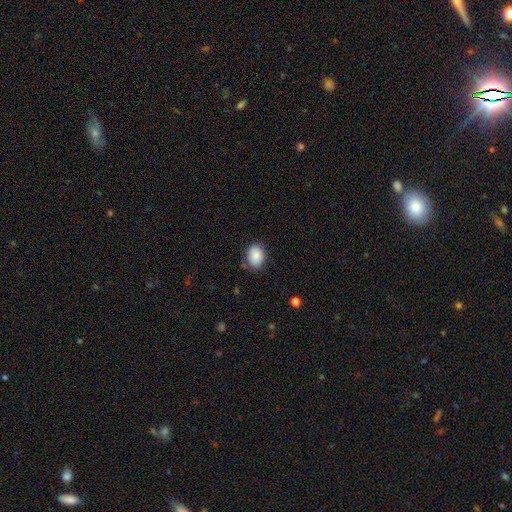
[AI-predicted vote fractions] This appears to be a smooth galaxy with no disk features (87%) that is in between round and cigar-shaped (63%). Merging: none (77%).